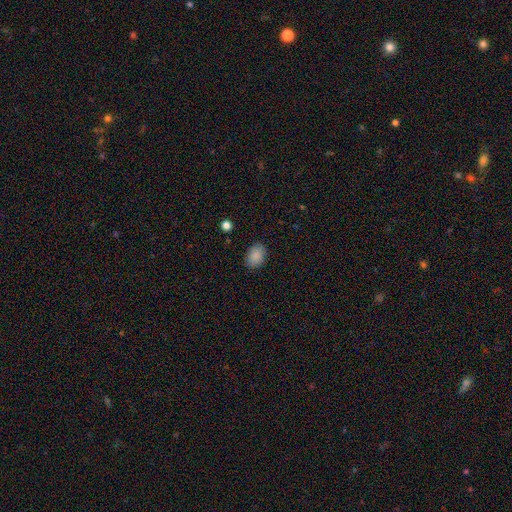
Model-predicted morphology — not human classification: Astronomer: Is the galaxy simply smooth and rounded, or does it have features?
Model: smooth — 87%.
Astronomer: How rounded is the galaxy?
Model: in between — 75%.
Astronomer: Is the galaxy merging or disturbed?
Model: none — 85%.